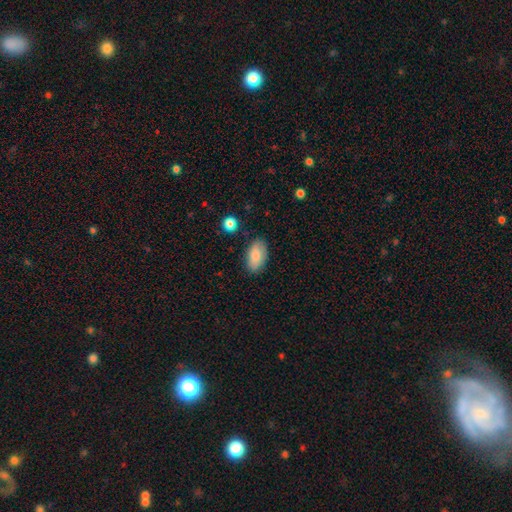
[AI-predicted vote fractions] Smooth or featured? Predicted: smooth (p=0.84). How rounded? Predicted: in between (p=0.94). Merging? Predicted: none (p=0.84).